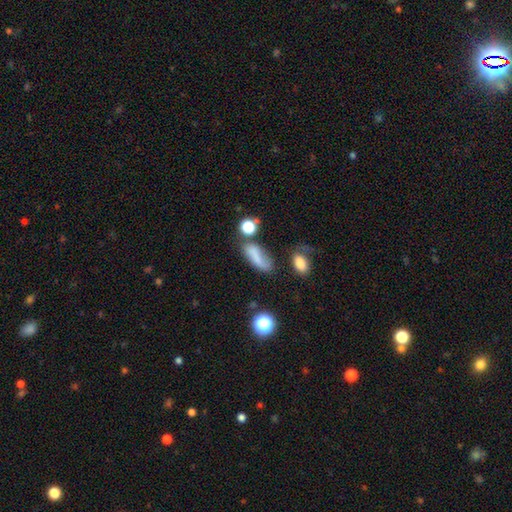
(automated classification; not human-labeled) Smooth or featured? Predicted: smooth (p=0.71). How rounded? Predicted: in between (p=0.67). Merging? Predicted: none (p=0.51).